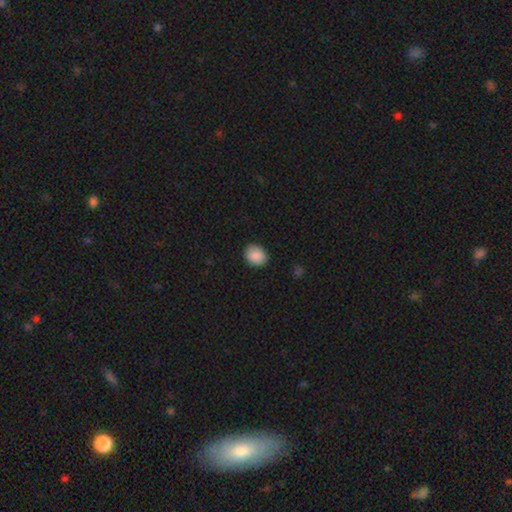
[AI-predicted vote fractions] Morphology: type=smooth (89%); roundness=round (51%); merging=none (87%).